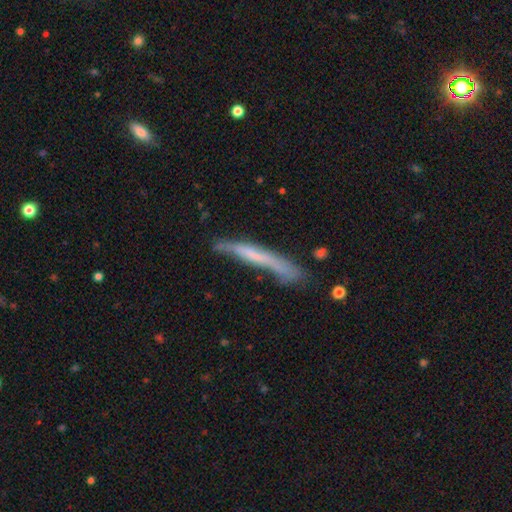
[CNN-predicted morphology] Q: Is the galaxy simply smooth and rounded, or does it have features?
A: smooth — 49%.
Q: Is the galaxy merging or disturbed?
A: none — 55%.